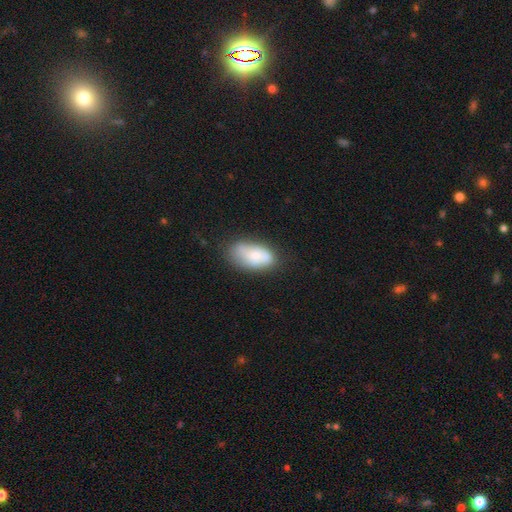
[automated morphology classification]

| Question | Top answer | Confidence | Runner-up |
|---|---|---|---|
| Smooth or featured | smooth | 66% | featured or disk (27%) |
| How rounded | in between | 91% | cigar-shaped (6%) |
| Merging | none | 60% | minor disturbance (27%) |